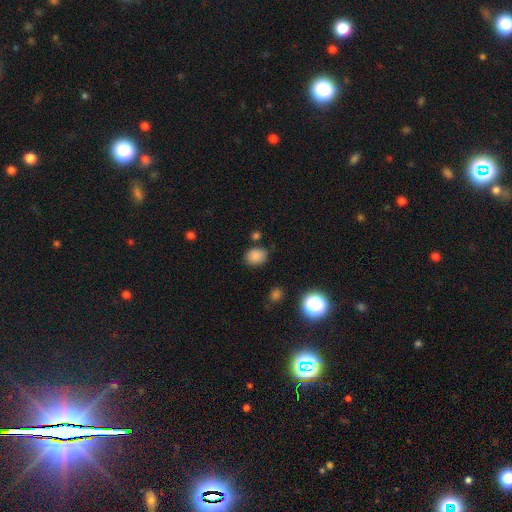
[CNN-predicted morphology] Smooth or featured? smooth (83%)
How rounded? in between (52%)
Merging? none (77%)